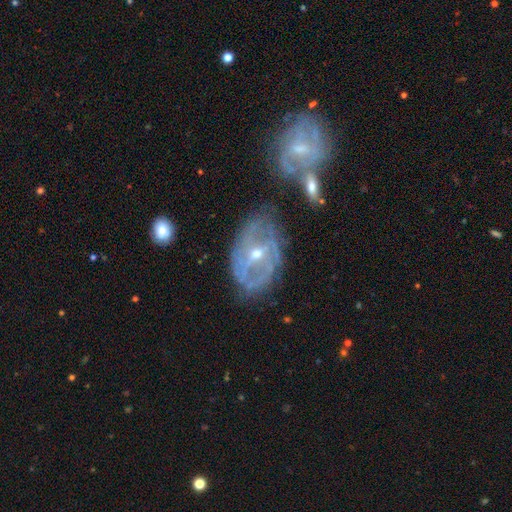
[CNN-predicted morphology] featured or disk 83%, smooth 10%, star or artifact 7%. Down the decision tree: edge-on disk — no (95%); bar — weak (43%); spiral arms — yes (83%); spiral arm count — can't tell (36%); spiral winding — tight (48%); bulge size — small (50%); merging — none (58%).